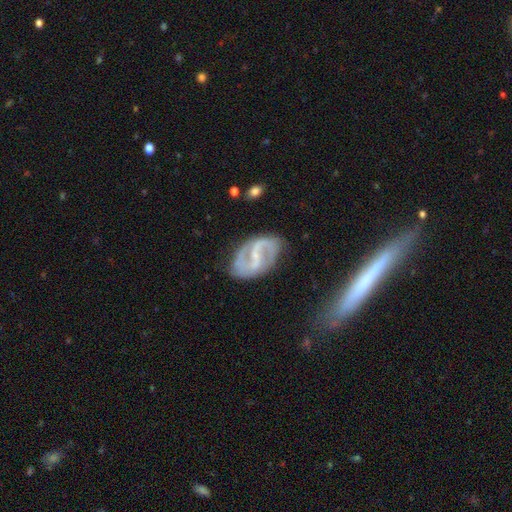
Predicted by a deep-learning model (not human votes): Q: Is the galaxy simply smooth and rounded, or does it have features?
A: featured or disk — 85%.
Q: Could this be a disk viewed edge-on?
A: no — 96%.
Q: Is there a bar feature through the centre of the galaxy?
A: strong — 47%.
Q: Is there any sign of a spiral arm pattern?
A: yes — 92%.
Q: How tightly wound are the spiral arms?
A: medium — 48%.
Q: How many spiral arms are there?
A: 2 — 89%.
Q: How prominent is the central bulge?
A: small — 59%.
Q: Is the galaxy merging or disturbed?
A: none — 72%.